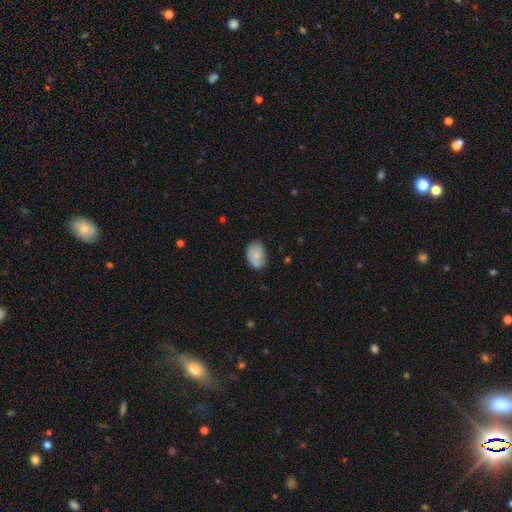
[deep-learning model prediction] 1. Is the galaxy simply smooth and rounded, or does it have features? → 76% smooth, 17% featured or disk, 7% star or artifact.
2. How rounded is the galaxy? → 84% in between, 15% round, 1% cigar-shaped.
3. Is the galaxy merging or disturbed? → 67% none, 26% minor disturbance, 5% major disturbance, 2% merger.